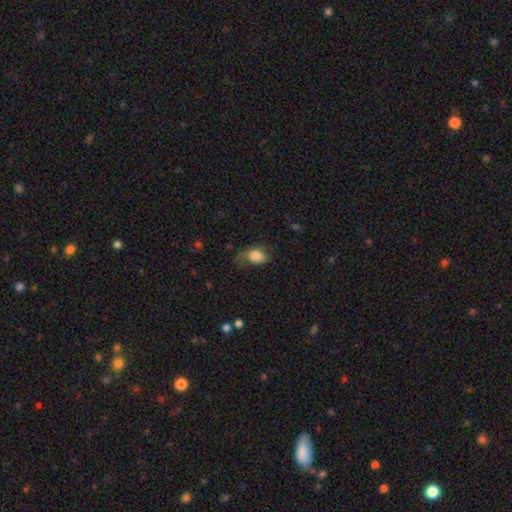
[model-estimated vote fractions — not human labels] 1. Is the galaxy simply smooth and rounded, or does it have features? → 75% smooth, 16% featured or disk, 8% star or artifact.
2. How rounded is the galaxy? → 79% in between, 19% round, 2% cigar-shaped.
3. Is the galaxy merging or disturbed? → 41% none, 33% minor disturbance, 24% major disturbance, 2% merger.